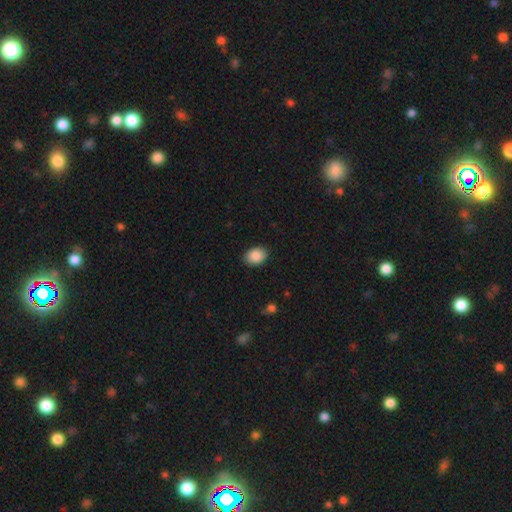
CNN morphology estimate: smooth_or_featured: smooth (p=0.88) [alt: star or artifact p=0.07]
how_rounded: in between (p=0.74) [alt: round p=0.25]
merging: none (p=0.89) [alt: minor disturbance p=0.09]